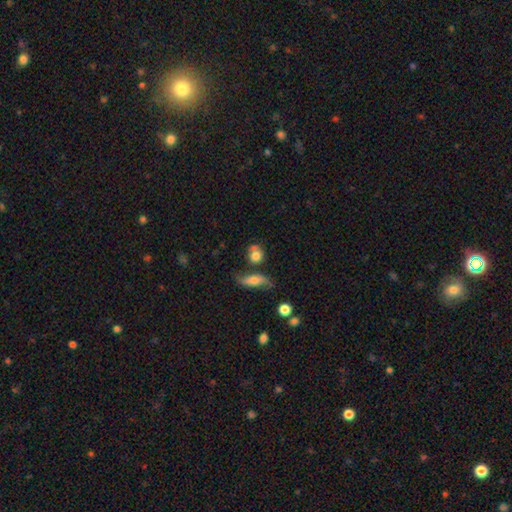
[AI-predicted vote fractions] smooth 75%, featured or disk 16%, star or artifact 9%. Down the decision tree: how rounded — round (72%); merging — none (49%).